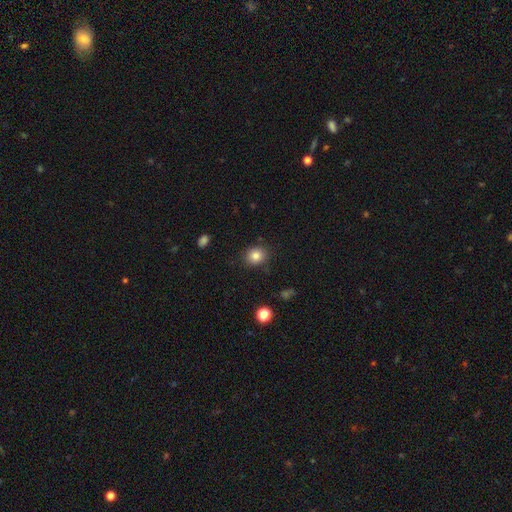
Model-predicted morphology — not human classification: Smooth or featured?
  - smooth: 83% *
  - star or artifact: 11%
  - featured or disk: 6%
How rounded?
  - round: 73% *
  - in between: 26%
  - cigar-shaped: 1%
Merging?
  - none: 85% *
  - minor disturbance: 10%
  - major disturbance: 3%
  - merger: 2%